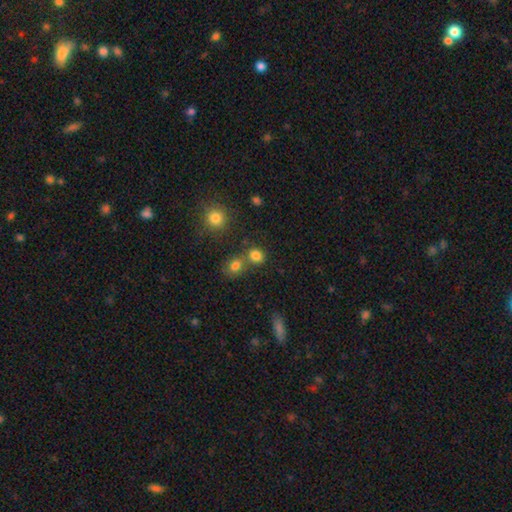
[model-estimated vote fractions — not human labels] Smooth or featured? Predicted: smooth (p=0.81). How rounded? Predicted: round (p=0.73). Merging? Predicted: none (p=0.61).